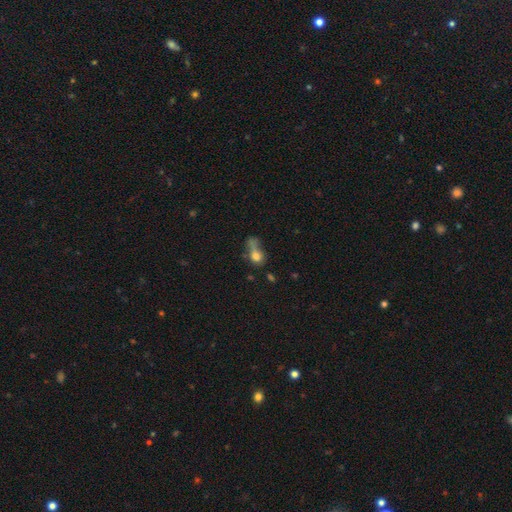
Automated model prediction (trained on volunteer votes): The model was most divided on "merging": merger: 34%, major disturbance: 27%, none: 24%, minor disturbance: 15%. More confident: smooth or featured — smooth (70%); how rounded — in between (52%).